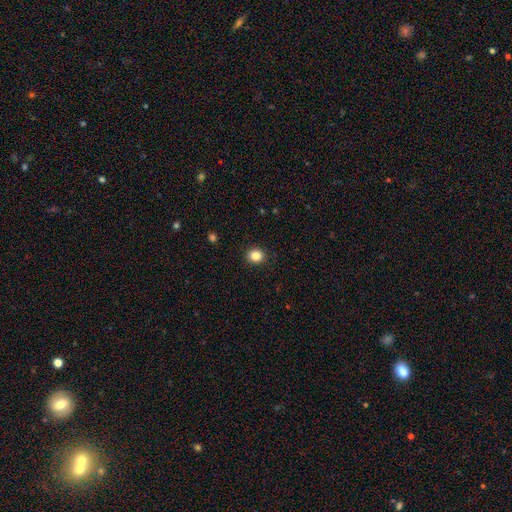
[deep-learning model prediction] smooth 86%, star or artifact 10%, featured or disk 4%. Down the decision tree: how rounded — round (70%); merging — none (91%).